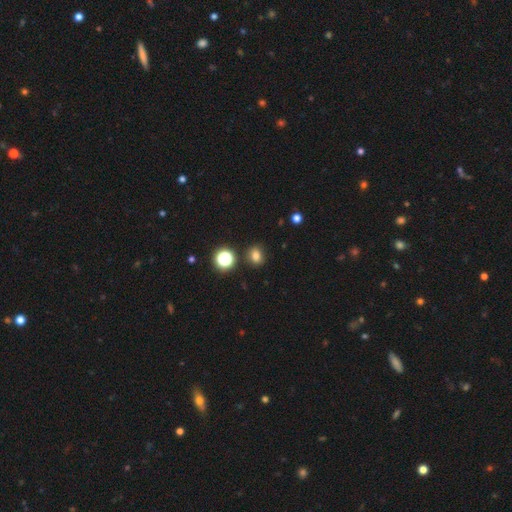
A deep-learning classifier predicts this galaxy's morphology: This appears to be a smooth galaxy with no disk features (77%) that is round (60%). Merging: none (85%).